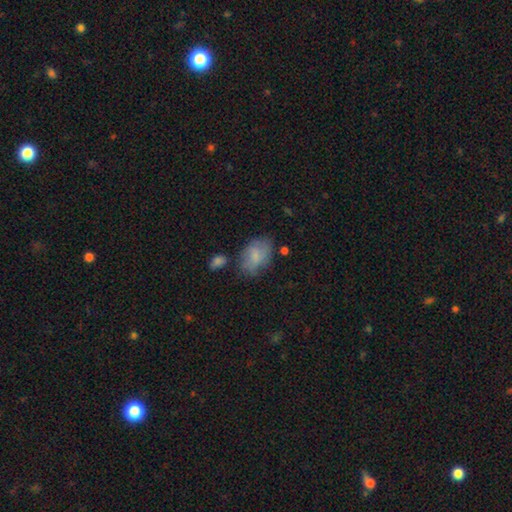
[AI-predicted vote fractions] This appears to be a smooth galaxy with no disk features (70%) that is in between round and cigar-shaped (85%). Merging: none (57%).